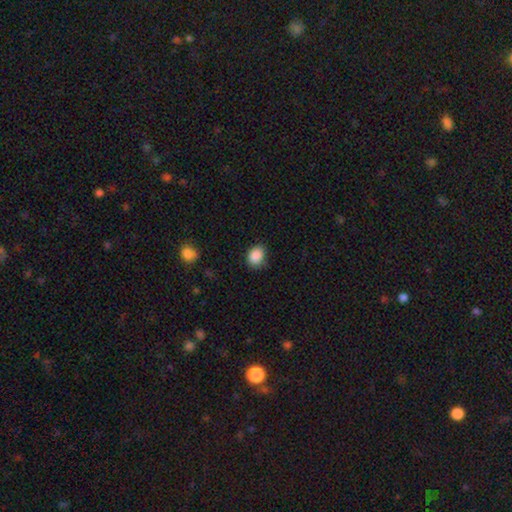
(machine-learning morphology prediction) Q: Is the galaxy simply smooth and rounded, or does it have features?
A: smooth — 88%.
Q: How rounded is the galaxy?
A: in between — 54%.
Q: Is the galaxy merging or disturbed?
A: none — 76%.